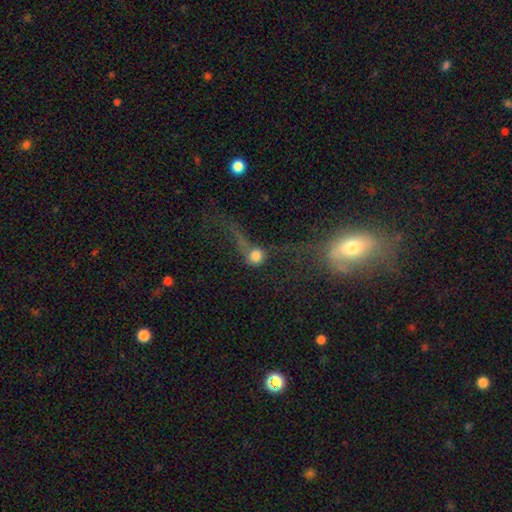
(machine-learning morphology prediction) Smooth or featured: smooth — 65% (star or artifact — 19%)
How rounded: round — 83% (in between — 13%)
Merging: none — 32% (major disturbance — 31%)